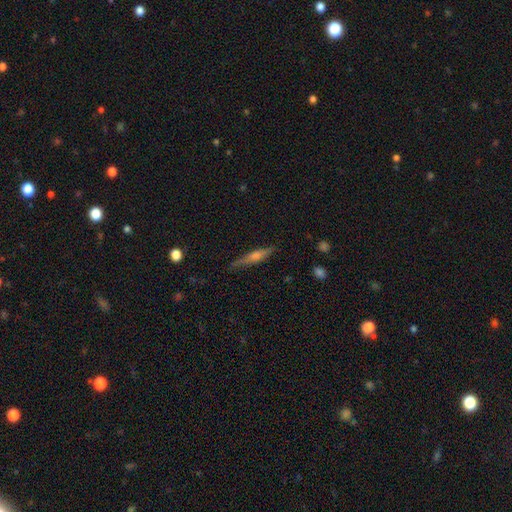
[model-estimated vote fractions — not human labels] Smooth or featured: featured or disk — 64% (smooth — 29%)
Edge-on disk: yes — 96% (no — 4%)
Edge-on bulge: rounded — 76% (boxy — 14%)
Merging: none — 85% (minor disturbance — 11%)